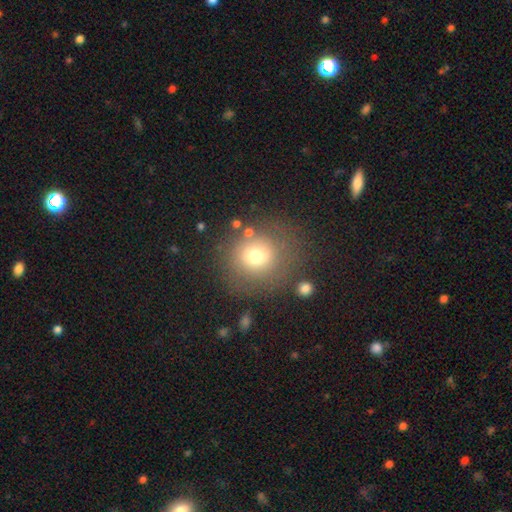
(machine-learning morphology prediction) This appears to be a smooth galaxy with no disk features (70%) that is round (84%). Merging: none (70%).